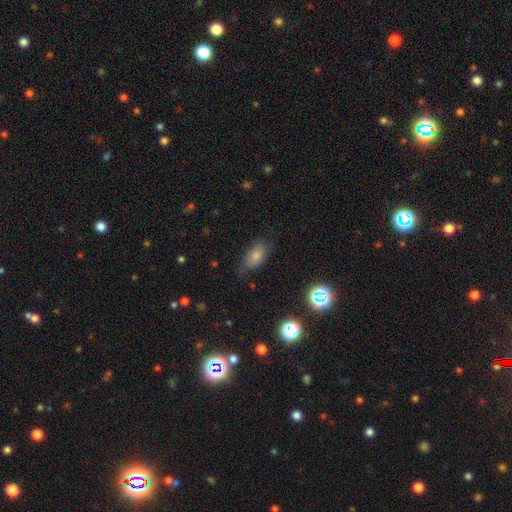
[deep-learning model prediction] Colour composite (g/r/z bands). It shows a smooth galaxy with no disk features (78%) that is in between round and cigar-shaped (91%). Merging: none (68%).